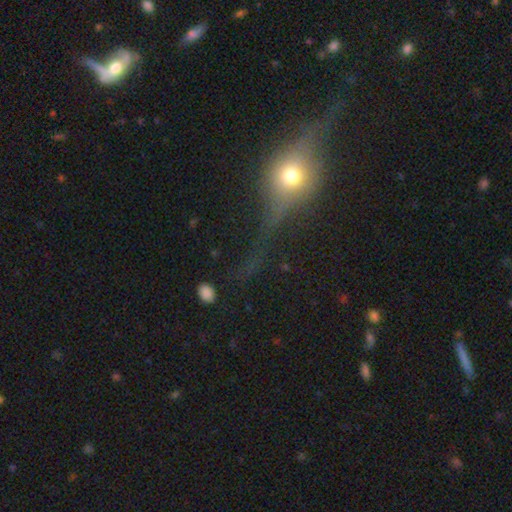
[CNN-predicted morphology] Smooth or featured?
  - featured or disk: 64% *
  - star or artifact: 22%
  - smooth: 14%
Edge-on disk?
  - yes: 83% *
  - no: 17%
Edge-on bulge?
  - rounded: 91% *
  - boxy: 6%
  - none: 3%
Merging?
  - none: 72% *
  - minor disturbance: 15%
  - major disturbance: 9%
  - merger: 3%